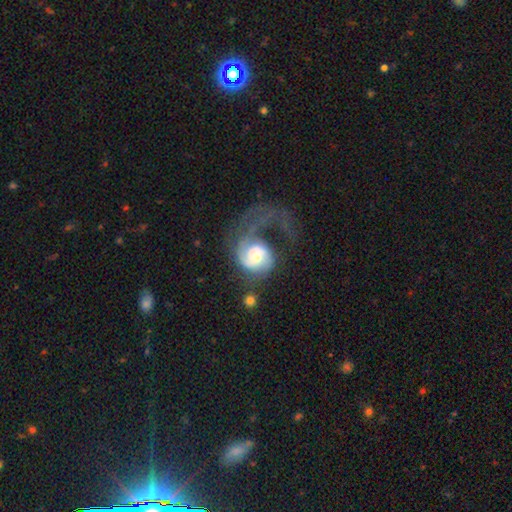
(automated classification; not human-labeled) Morphology: type=featured or disk (79%); edge-on=no (98%); bar=no (58%); spiral arms=yes (91%); winding=medium (39%); arm count=2 (43%); bulge=moderate (44%); merging=major disturbance (57%).